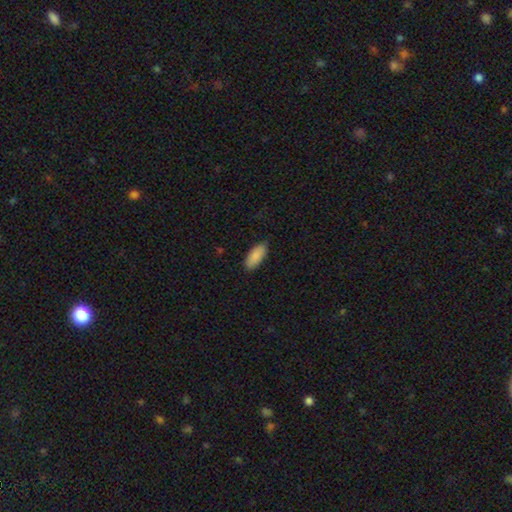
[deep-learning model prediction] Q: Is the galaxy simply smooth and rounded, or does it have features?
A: smooth — 90%.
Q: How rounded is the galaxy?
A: in between — 83%.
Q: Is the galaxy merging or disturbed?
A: none — 85%.